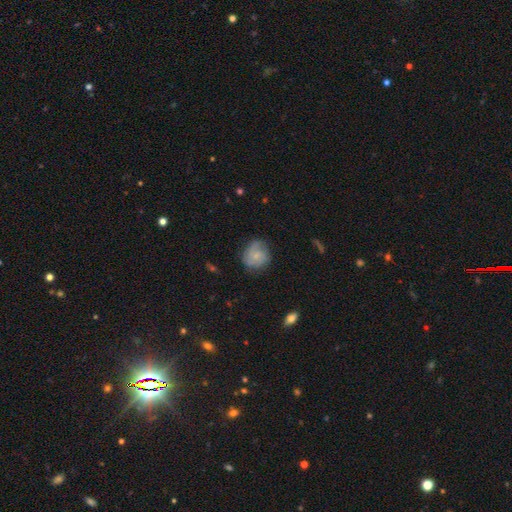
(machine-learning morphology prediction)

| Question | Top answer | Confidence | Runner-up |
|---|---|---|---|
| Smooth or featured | smooth | 57% | featured or disk (35%) |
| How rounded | round | 78% | in between (21%) |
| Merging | none | 65% | minor disturbance (26%) |